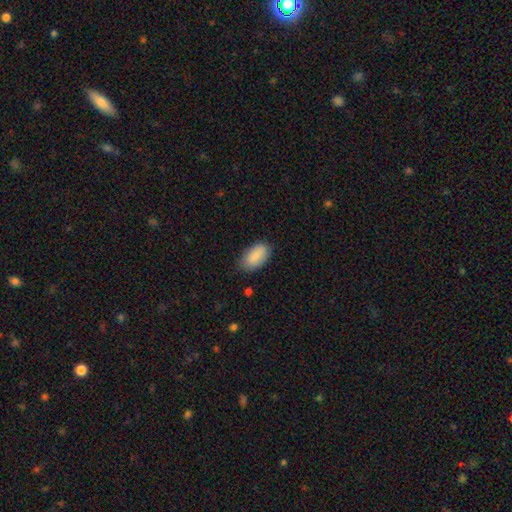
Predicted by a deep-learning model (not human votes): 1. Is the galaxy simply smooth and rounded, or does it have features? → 85% smooth, 9% featured or disk, 6% star or artifact.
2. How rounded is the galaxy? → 94% in between, 4% round, 2% cigar-shaped.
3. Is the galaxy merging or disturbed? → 79% none, 17% minor disturbance, 3% major disturbance, 1% merger.